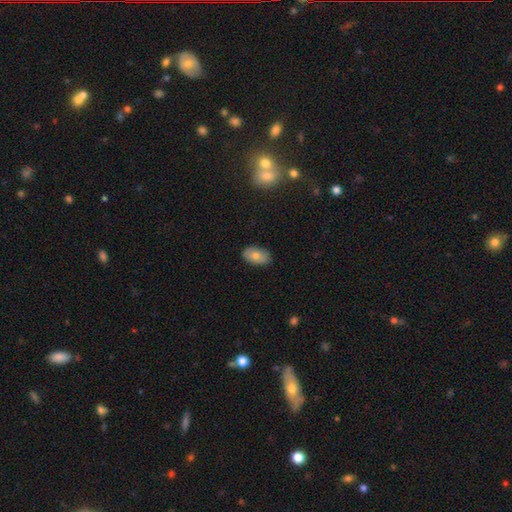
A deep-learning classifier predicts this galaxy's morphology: type=smooth (74%); roundness=in between (92%); merging=none (84%).